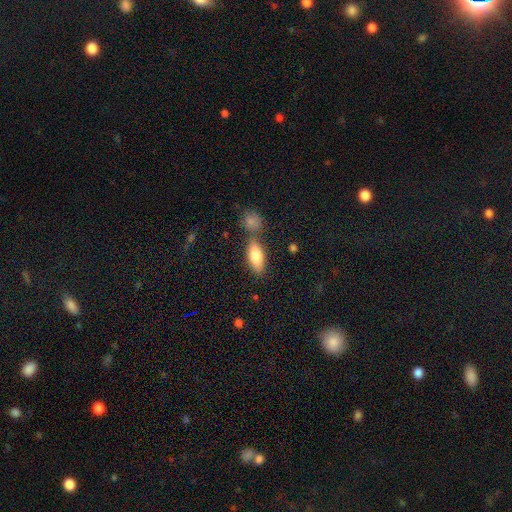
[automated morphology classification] Smooth or featured?
  - smooth: 80% *
  - featured or disk: 13%
  - star or artifact: 6%
How rounded?
  - in between: 80% *
  - cigar-shaped: 17%
  - round: 3%
Merging?
  - none: 69% *
  - merger: 14%
  - minor disturbance: 13%
  - major disturbance: 4%